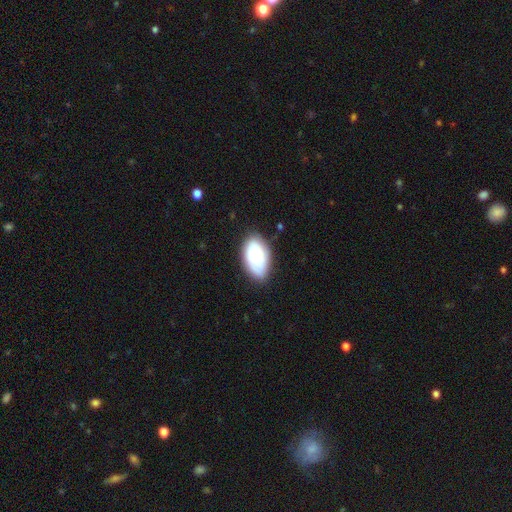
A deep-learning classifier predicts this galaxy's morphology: A smooth galaxy with no disk features (76%) that is in between round and cigar-shaped (94%). Merging: none (76%).